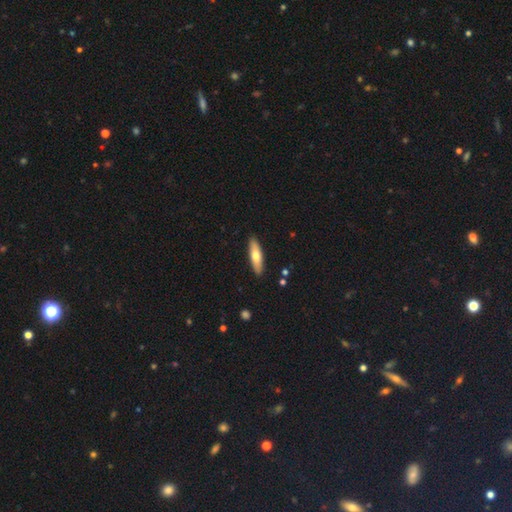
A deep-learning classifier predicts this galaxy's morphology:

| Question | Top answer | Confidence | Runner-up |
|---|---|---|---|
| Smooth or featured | smooth | 64% | featured or disk (31%) |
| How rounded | cigar-shaped | 64% | in between (34%) |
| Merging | none | 90% | minor disturbance (7%) |